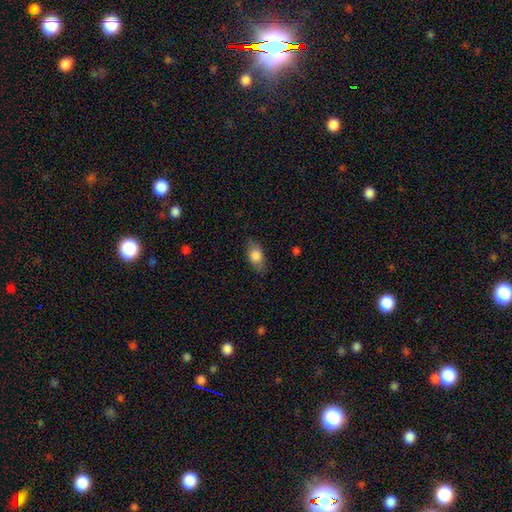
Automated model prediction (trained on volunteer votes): Smooth or featured? Predicted: smooth (p=0.81). How rounded? Predicted: in between (p=0.85). Merging? Predicted: none (p=0.78).